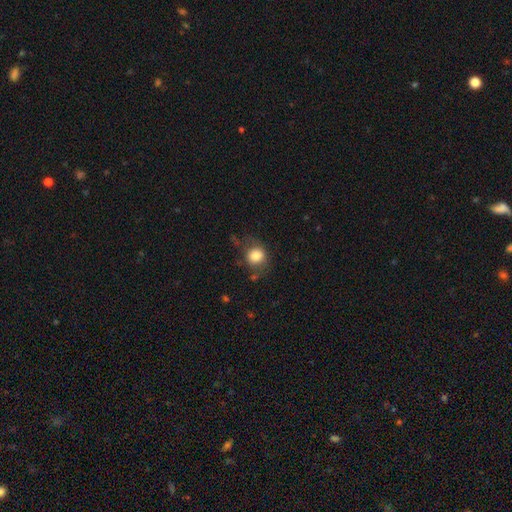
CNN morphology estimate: type=smooth (80%); roundness=round (75%); merging=none (62%).